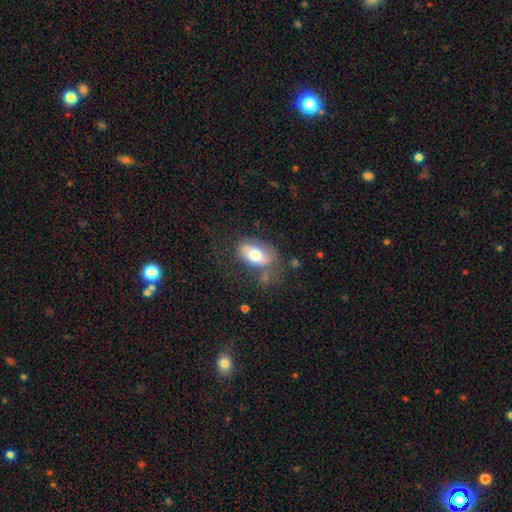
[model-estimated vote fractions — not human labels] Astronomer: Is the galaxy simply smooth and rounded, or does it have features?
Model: smooth — 63%.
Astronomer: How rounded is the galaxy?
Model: in between — 91%.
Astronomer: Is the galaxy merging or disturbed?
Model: none — 50%.